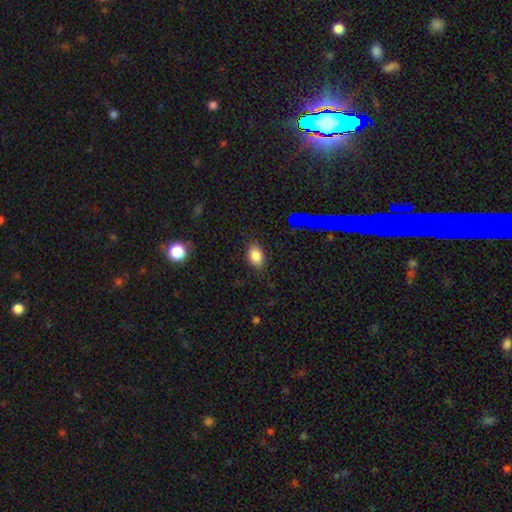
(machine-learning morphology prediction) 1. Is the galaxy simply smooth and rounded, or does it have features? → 82% smooth, 11% star or artifact, 7% featured or disk.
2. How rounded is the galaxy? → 84% in between, 15% round, 2% cigar-shaped.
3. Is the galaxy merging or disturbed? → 83% none, 12% minor disturbance, 3% major disturbance, 1% merger.